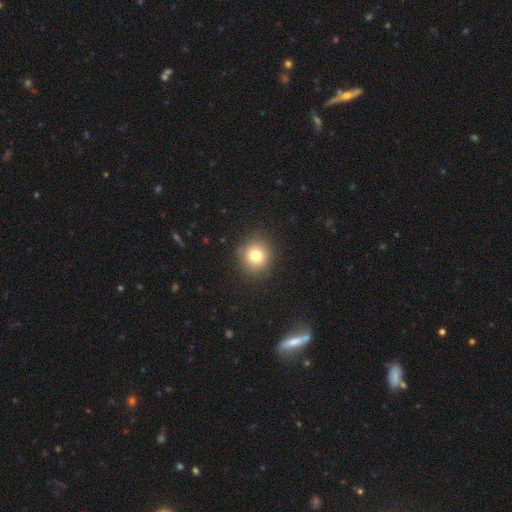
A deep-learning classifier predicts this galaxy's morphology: smooth_or_featured: smooth (p=0.78) [alt: star or artifact p=0.12]
how_rounded: round (p=0.88) [alt: in between p=0.11]
merging: none (p=0.89) [alt: minor disturbance p=0.07]